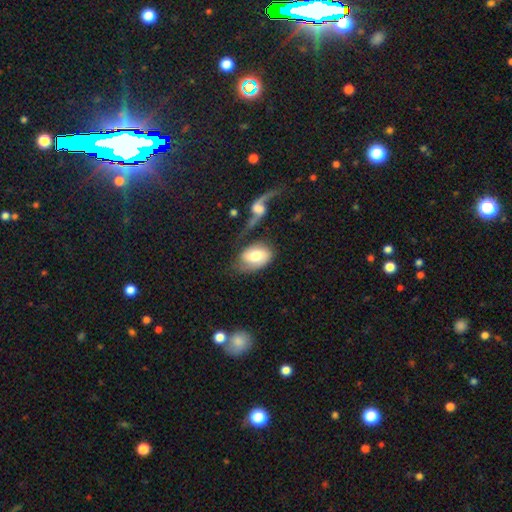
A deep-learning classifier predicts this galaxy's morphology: A smooth galaxy with no disk features (49%). Merging: none (47%).